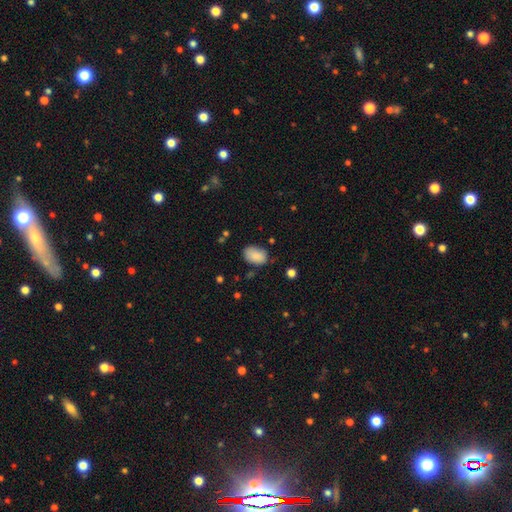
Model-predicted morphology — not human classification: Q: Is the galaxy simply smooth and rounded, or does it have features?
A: smooth — 87%.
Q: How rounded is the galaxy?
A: in between — 87%.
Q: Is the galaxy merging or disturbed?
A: none — 70%.